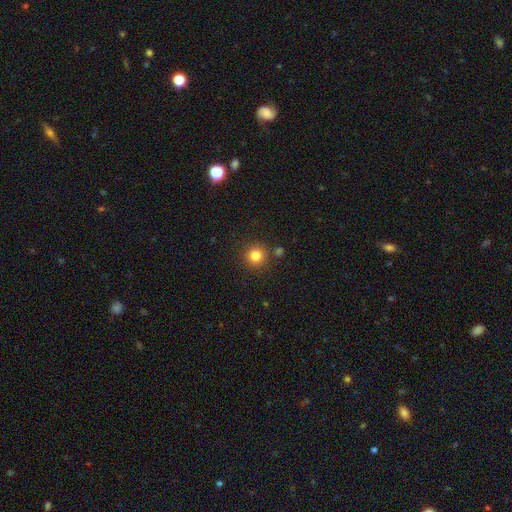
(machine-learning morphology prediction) Smooth or featured?
  - smooth: 82% *
  - star or artifact: 13%
  - featured or disk: 6%
How rounded?
  - round: 94% *
  - in between: 5%
  - cigar-shaped: 1%
Merging?
  - none: 86% *
  - minor disturbance: 7%
  - merger: 5%
  - major disturbance: 2%